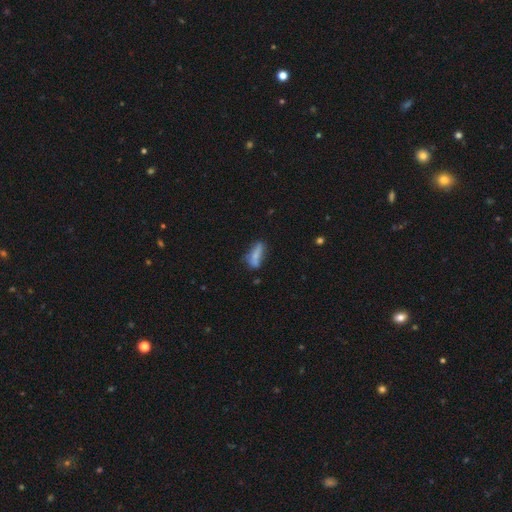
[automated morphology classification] smooth_or_featured: smooth (p=0.63) [alt: featured or disk p=0.27]
how_rounded: in between (p=0.52) [alt: cigar-shaped p=0.45]
merging: none (p=0.50) [alt: minor disturbance p=0.25]